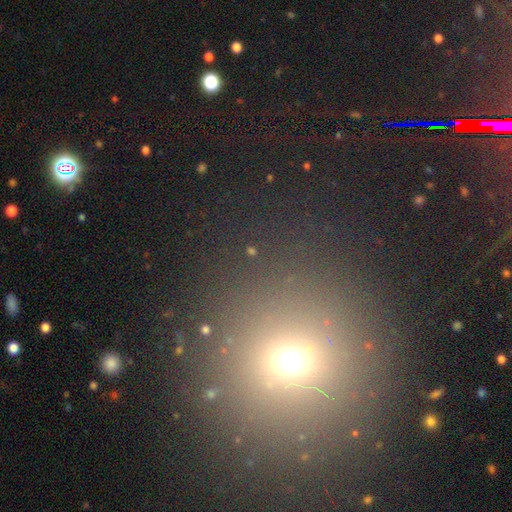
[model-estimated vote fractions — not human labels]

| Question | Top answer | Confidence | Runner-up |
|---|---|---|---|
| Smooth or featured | smooth | 48% | star or artifact (44%) |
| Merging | none | 88% | minor disturbance (6%) |